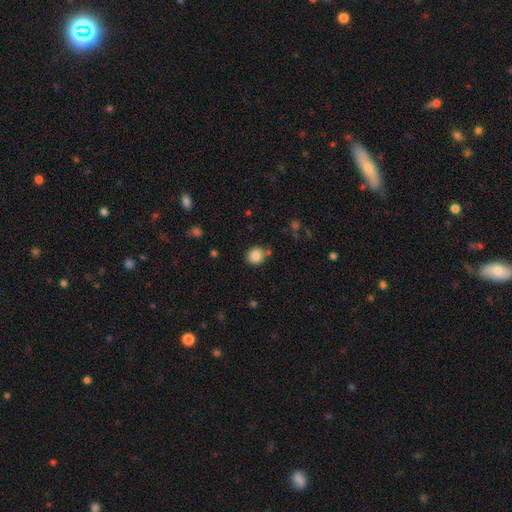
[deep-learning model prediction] Overall: smooth (87%). How rounded: round (86%). Merging: none (78%).